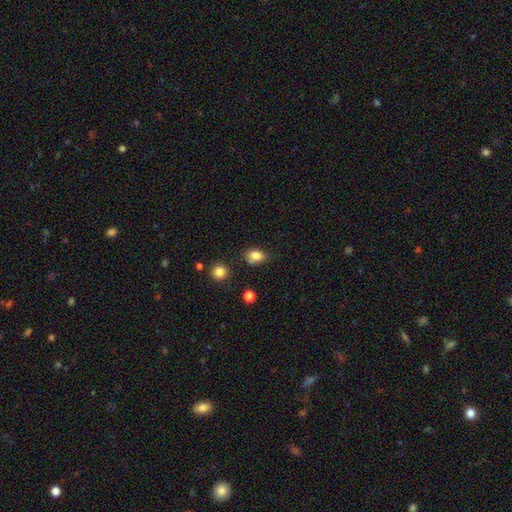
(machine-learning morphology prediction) This appears to be a smooth galaxy with no disk features (84%) that is in between round and cigar-shaped (76%). Merging: none (67%).